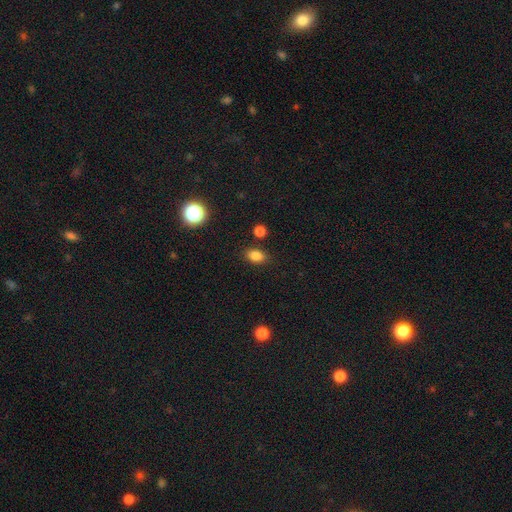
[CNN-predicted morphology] A smooth galaxy with no disk features (83%) that is in between round and cigar-shaped (80%).

Vote fractions:
- Smooth or featured? smooth: 83% / star or artifact: 12% / featured or disk: 5%
- How rounded? in between: 80% / round: 17% / cigar-shaped: 2%
- Merging? none: 83% / minor disturbance: 11% / merger: 4% / major disturbance: 3%